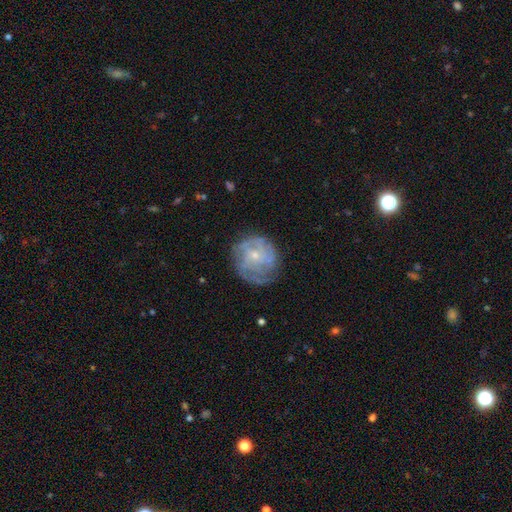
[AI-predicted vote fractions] Smooth or featured? featured or disk (70%)
Edge-on disk? no (98%)
Bar? no (70%)
Spiral arms? yes (80%)
Spiral winding? tight (57%)
Spiral arm count? can't tell (50%)
Bulge size? small (72%)
Merging? none (67%)